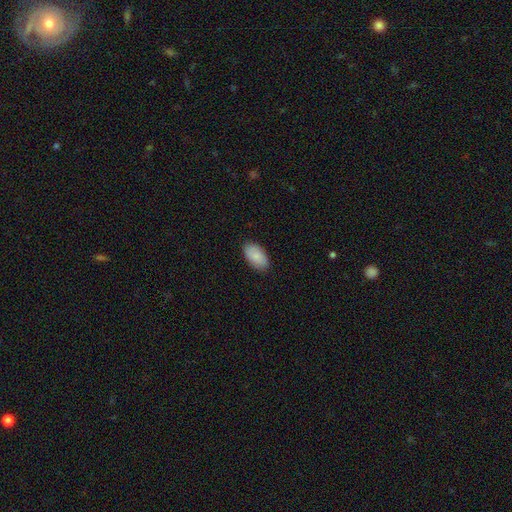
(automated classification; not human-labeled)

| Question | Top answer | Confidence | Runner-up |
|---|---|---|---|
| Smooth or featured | smooth | 86% | featured or disk (8%) |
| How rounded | in between | 95% | round (3%) |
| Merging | none | 87% | minor disturbance (10%) |